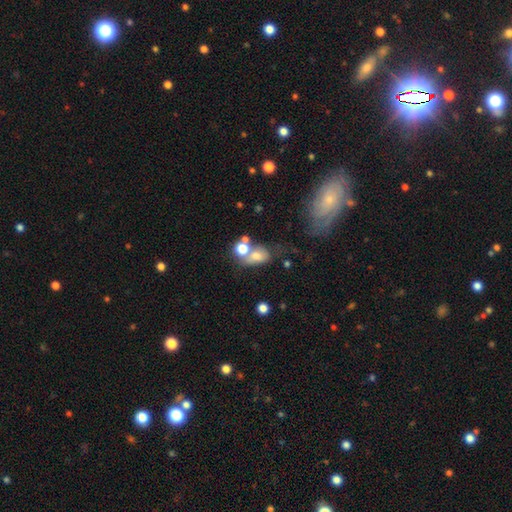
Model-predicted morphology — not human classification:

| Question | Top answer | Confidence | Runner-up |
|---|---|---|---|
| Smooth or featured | smooth | 66% | featured or disk (19%) |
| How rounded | in between | 63% | round (35%) |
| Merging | merger | 41% | none (31%) |